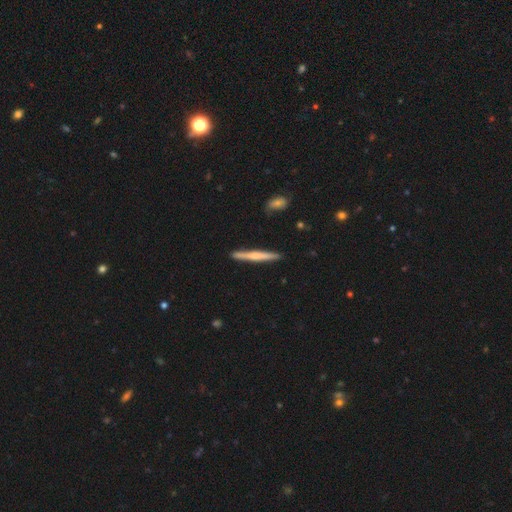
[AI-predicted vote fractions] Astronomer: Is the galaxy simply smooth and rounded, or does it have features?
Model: featured or disk — 48% (runner-up: smooth, 46%).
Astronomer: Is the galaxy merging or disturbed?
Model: none — 89%.